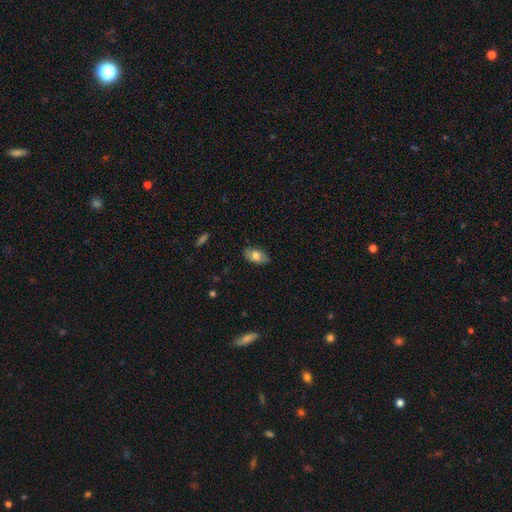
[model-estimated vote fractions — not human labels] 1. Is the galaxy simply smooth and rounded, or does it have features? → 71% smooth, 22% featured or disk, 7% star or artifact.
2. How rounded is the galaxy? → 92% in between, 5% round, 3% cigar-shaped.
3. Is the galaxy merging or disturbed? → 78% none, 18% minor disturbance, 3% major disturbance, 1% merger.